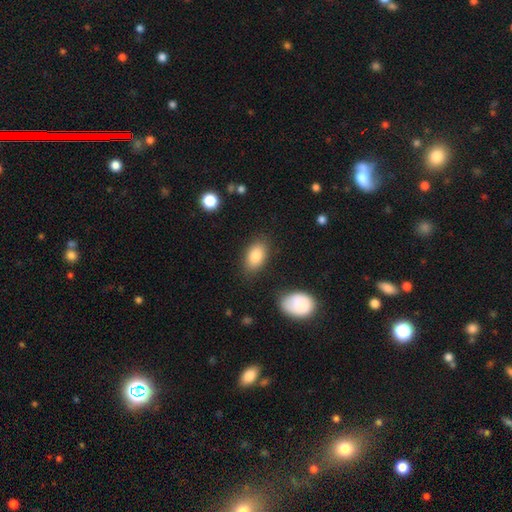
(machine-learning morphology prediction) Smooth or featured?
  - smooth: 84% *
  - featured or disk: 9%
  - star or artifact: 7%
How rounded?
  - in between: 91% *
  - round: 7%
  - cigar-shaped: 2%
Merging?
  - none: 82% *
  - minor disturbance: 12%
  - major disturbance: 3%
  - merger: 3%